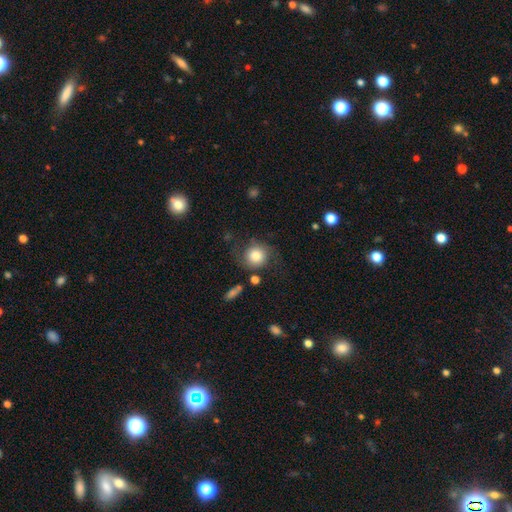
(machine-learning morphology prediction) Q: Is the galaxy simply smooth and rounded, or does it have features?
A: smooth — 74%.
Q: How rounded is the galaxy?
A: round — 87%.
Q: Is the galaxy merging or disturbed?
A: none — 64%.